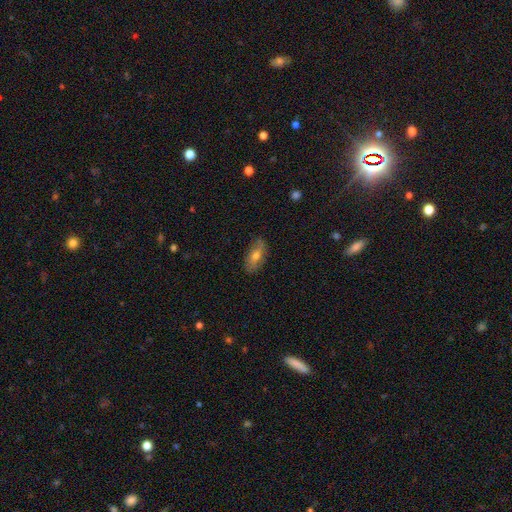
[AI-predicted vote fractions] Overall: smooth (57%; featured or disk 35%). How rounded: in between (85%). Merging: none (82%).